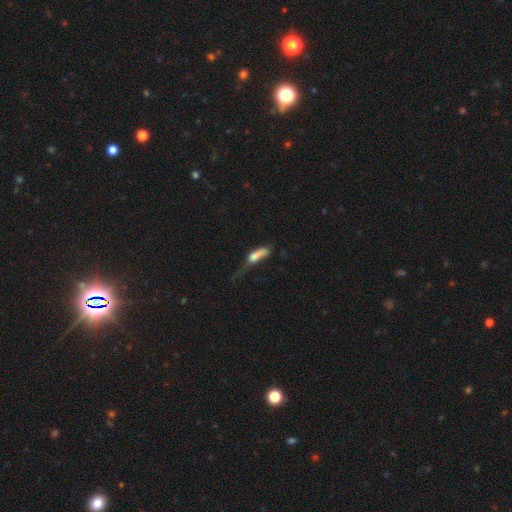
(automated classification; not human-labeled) Smooth or featured? smooth (65%)
How rounded? cigar-shaped (50%)
Merging? major disturbance (50%)